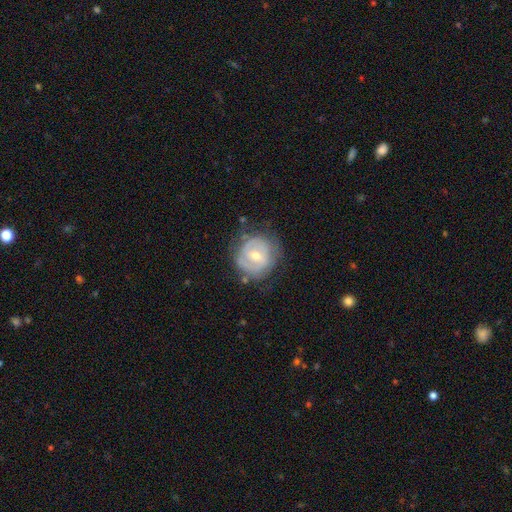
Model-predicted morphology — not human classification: Smooth or featured: featured or disk — 66% (smooth — 27%)
Edge-on disk: no — 97% (yes — 3%)
Bar: weak — 47% (no — 37%)
Spiral arms: yes — 64% (no — 36%)
Bulge size: moderate — 52% (small — 44%)
Merging: none — 68% (minor disturbance — 21%)